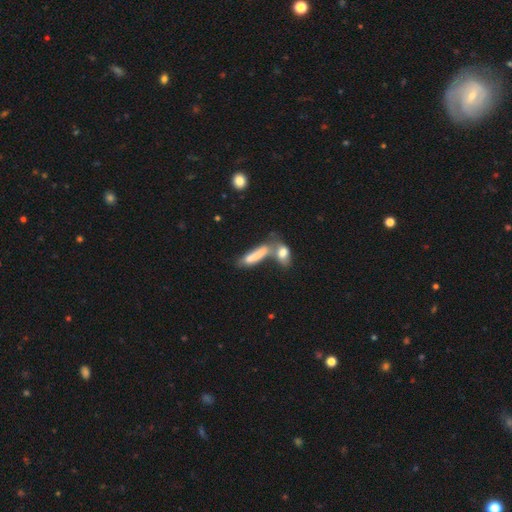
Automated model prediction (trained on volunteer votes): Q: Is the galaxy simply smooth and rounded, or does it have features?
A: smooth — 75%.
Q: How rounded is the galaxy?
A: cigar-shaped — 58%.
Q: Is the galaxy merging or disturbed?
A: merger — 48%.